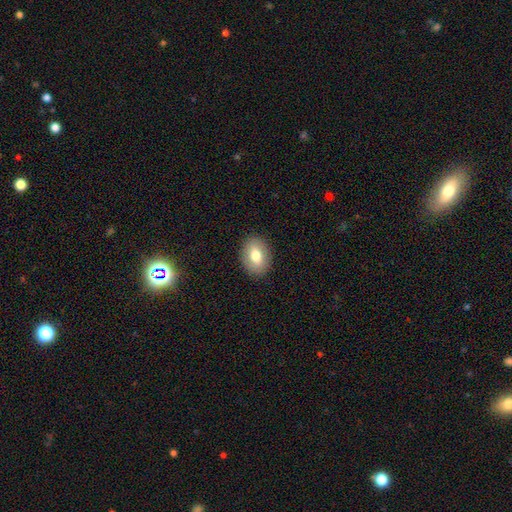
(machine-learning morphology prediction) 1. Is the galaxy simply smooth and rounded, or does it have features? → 73% smooth, 19% featured or disk, 8% star or artifact.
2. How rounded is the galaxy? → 75% in between, 24% round, 1% cigar-shaped.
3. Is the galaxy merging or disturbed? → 88% none, 8% minor disturbance, 2% major disturbance, 1% merger.